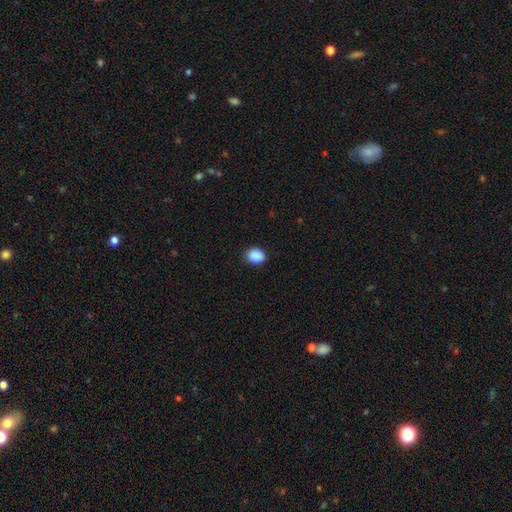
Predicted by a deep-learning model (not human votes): smooth_or_featured: smooth (p=0.89) [alt: star or artifact p=0.08]
how_rounded: in between (p=0.62) [alt: round p=0.37]
merging: none (p=0.84) [alt: minor disturbance p=0.12]